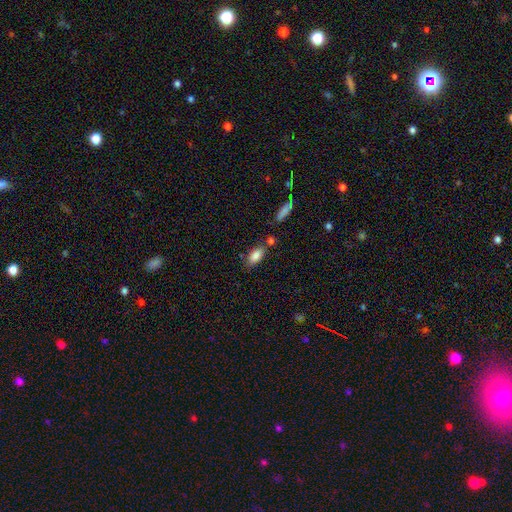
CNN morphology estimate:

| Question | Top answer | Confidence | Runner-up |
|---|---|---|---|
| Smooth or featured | smooth | 85% | featured or disk (8%) |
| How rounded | in between | 87% | cigar-shaped (10%) |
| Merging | none | 70% | minor disturbance (15%) |